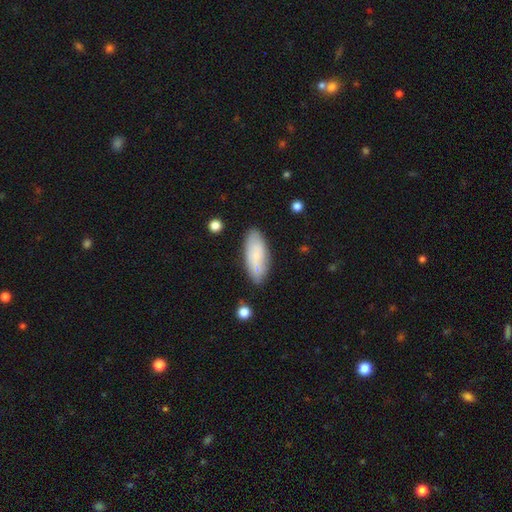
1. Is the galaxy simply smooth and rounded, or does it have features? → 84% smooth, 11% featured or disk, 5% star or artifact.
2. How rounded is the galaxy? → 65% in between, 35% cigar-shaped, 0% round.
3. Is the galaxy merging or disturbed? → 89% none, 11% minor disturbance, 0% major disturbance, 0% merger.